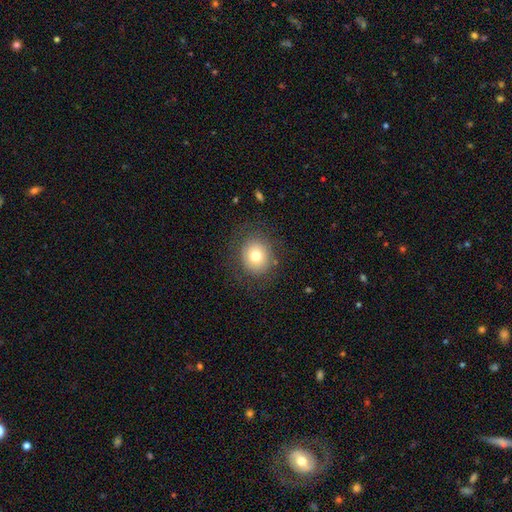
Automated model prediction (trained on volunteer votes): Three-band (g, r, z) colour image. It shows a smooth galaxy with no disk features (74%) that is round (80%). Merging: none (82%).